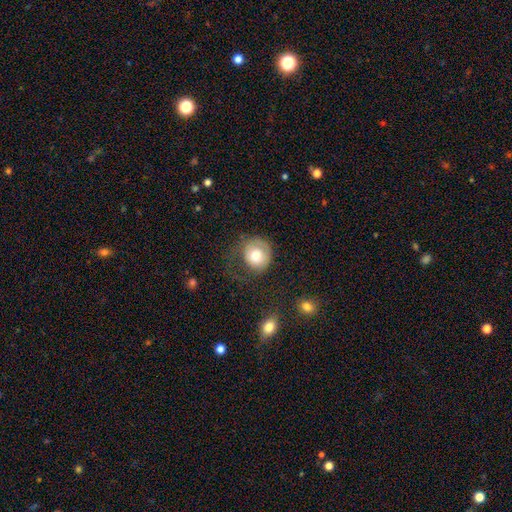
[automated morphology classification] A smooth galaxy with no disk features (72%) that is round (83%).

Vote fractions:
- Smooth or featured? smooth: 72% / featured or disk: 21% / star or artifact: 8%
- How rounded? round: 83% / in between: 16% / cigar-shaped: 1%
- Merging? none: 44% / major disturbance: 31% / minor disturbance: 23% / merger: 2%